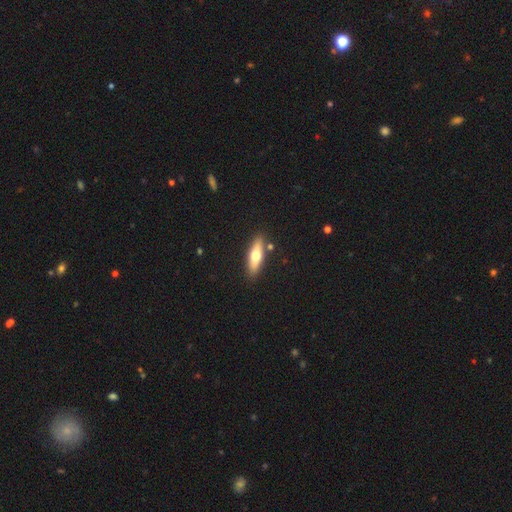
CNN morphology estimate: Smooth or featured? Predicted: smooth (p=0.54). How rounded? Predicted: cigar-shaped (p=0.57). Merging? Predicted: none (p=0.86).